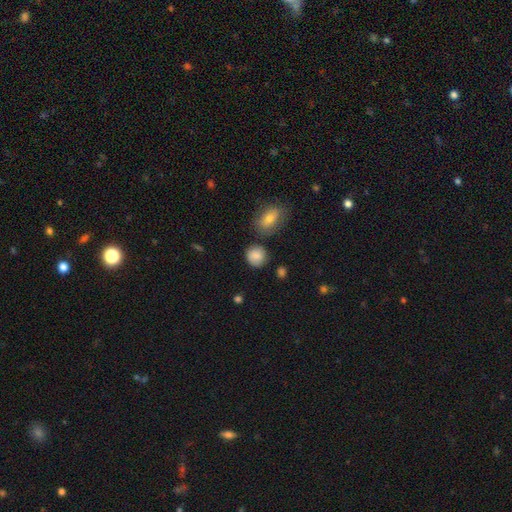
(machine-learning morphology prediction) A smooth galaxy with no disk features (81%) that is round (82%). Merging: none (74%).